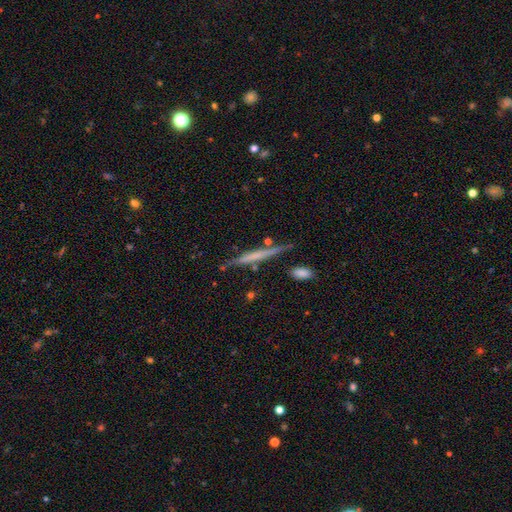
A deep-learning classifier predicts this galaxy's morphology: Smooth or featured: featured or disk — 57% (smooth — 37%)
Edge-on disk: yes — 96% (no — 4%)
Edge-on bulge: none — 77% (rounded — 13%)
Merging: none — 82% (minor disturbance — 12%)